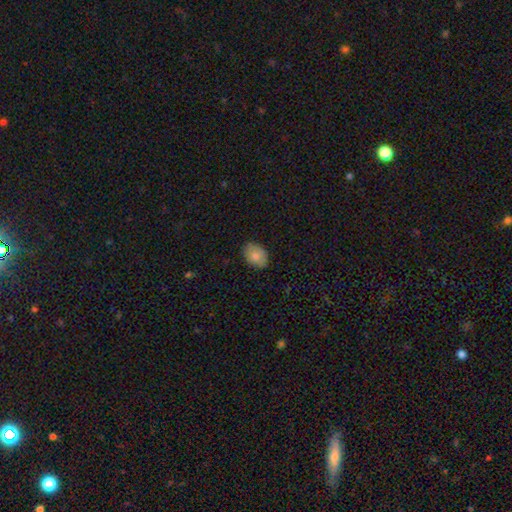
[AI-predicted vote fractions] smooth 76%, featured or disk 17%, star or artifact 7%. Down the decision tree: how rounded — in between (79%); merging — none (82%).